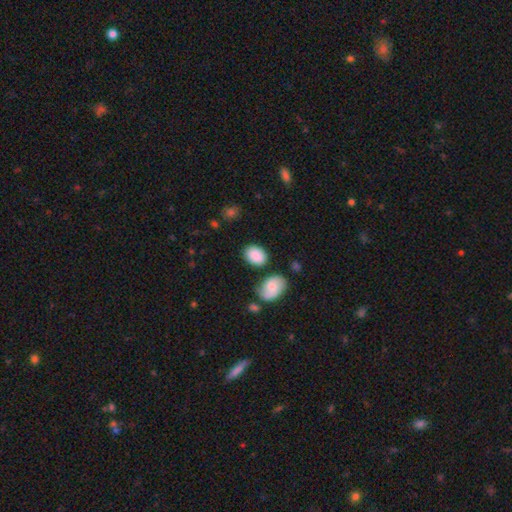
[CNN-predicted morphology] Overall: smooth (86%). How rounded: in between (71%). Merging: none (73%).